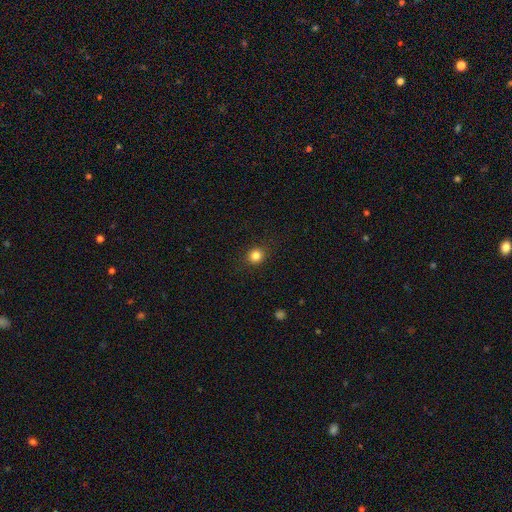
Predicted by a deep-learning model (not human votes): Overall: smooth (83%). How rounded: round (83%). Merging: none (90%).